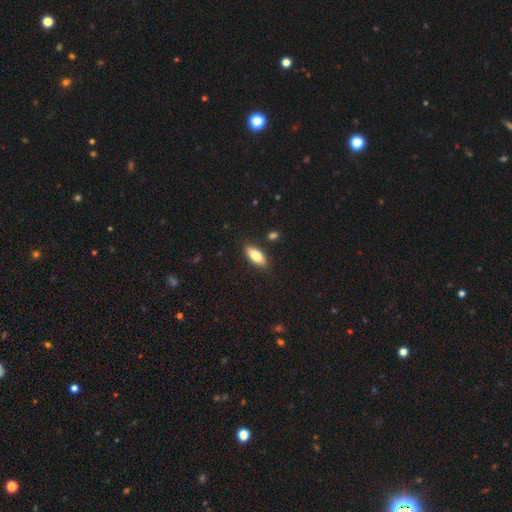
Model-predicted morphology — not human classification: A smooth galaxy with no disk features (80%) that is in between round and cigar-shaped (84%).

Vote fractions:
- Smooth or featured? smooth: 80% / featured or disk: 14% / star or artifact: 7%
- How rounded? in between: 84% / cigar-shaped: 14% / round: 2%
- Merging? none: 86% / minor disturbance: 9% / merger: 2% / major disturbance: 2%